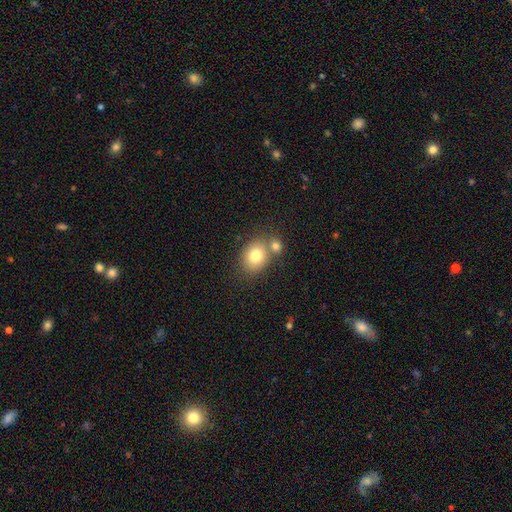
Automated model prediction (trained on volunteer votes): smooth-or-featured: smooth: 78% | featured or disk: 12% | star or artifact: 10%
  how-rounded: round: 55% | in between: 44% | cigar-shaped: 1%
  merging: none: 53% | merger: 33% | minor disturbance: 11% | major disturbance: 3%